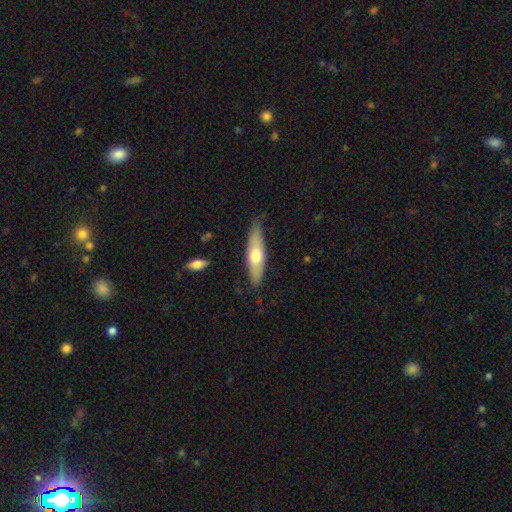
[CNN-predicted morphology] This is possibly a smooth galaxy (55%). How rounded: likely cigar-shaped (65%). Merging: likely none (79%).